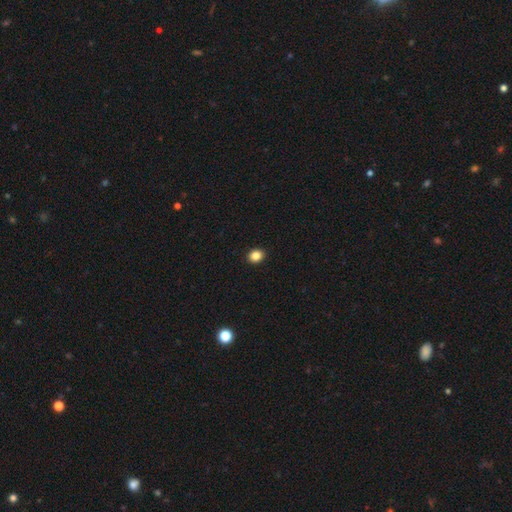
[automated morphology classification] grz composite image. It shows a smooth galaxy with no disk features (86%) that is round (68%). Merging: none (93%).